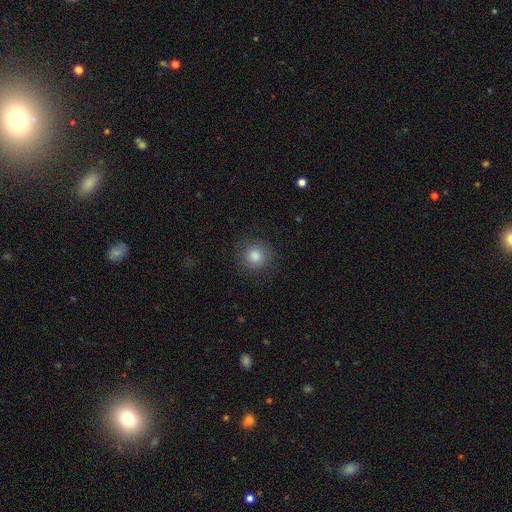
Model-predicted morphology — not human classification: This is clearly a smooth galaxy (82%). How rounded: clearly round (93%). Merging: clearly none (87%).